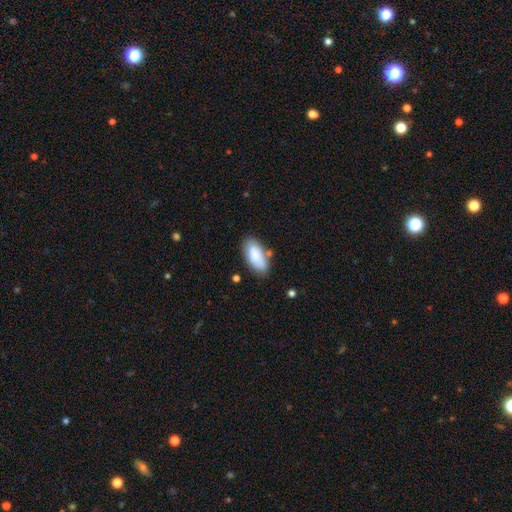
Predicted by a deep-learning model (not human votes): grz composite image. It shows a smooth galaxy with no disk features (86%) that is in between round and cigar-shaped (90%). Merging: none (71%).